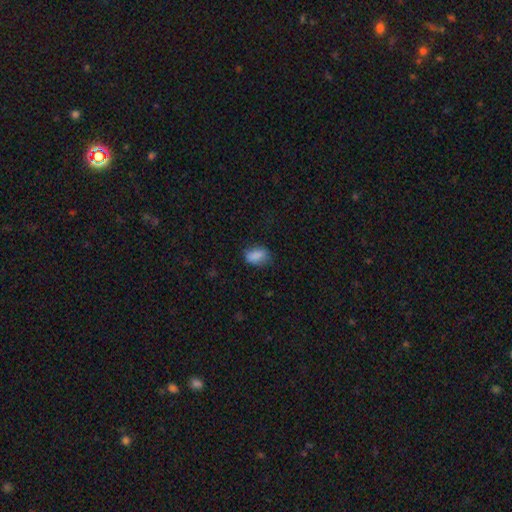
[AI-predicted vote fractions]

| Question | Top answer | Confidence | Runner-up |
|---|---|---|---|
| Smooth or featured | smooth | 86% | star or artifact (9%) |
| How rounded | in between | 86% | round (11%) |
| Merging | none | 69% | minor disturbance (24%) |